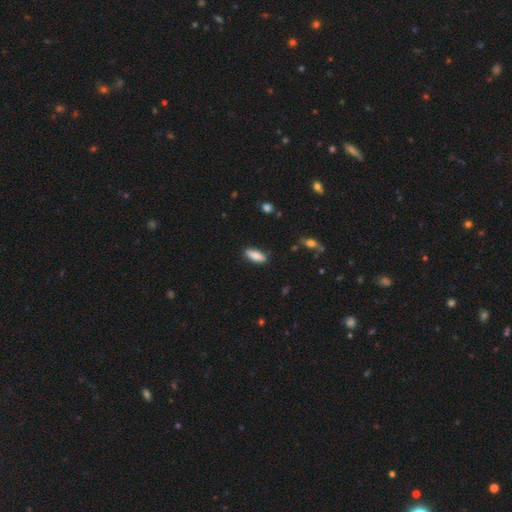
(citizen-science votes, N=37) Smooth or featured?
  - smooth: 92% *
  - star or artifact: 5%
  - featured or disk: 3%
How rounded?
  - in between: 62% *
  - cigar-shaped: 32%
  - round: 6%
Merging?
  - none: 89% *
  - minor disturbance: 6%
  - major disturbance: 3%
  - merger: 3%